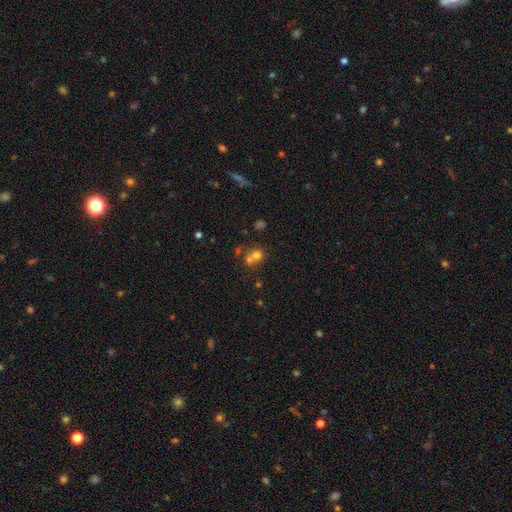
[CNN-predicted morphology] A smooth galaxy with no disk features (66%) that is round (82%).

Vote fractions:
- Smooth or featured? smooth: 66% / star or artifact: 18% / featured or disk: 16%
- How rounded? round: 82% / in between: 17% / cigar-shaped: 1%
- Merging? merger: 51% / none: 40% / minor disturbance: 6% / major disturbance: 3%